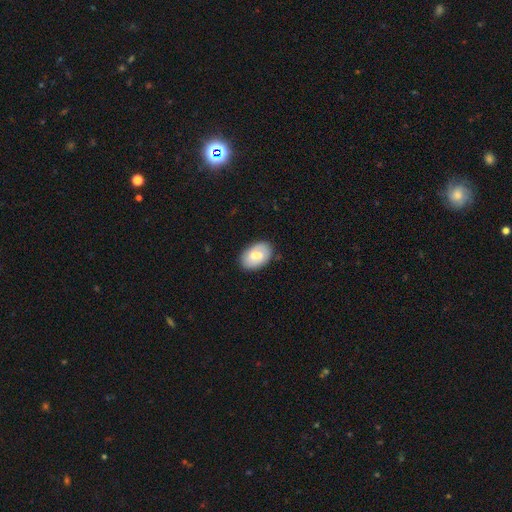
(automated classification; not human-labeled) A smooth galaxy with no disk features (53%) that is in between round and cigar-shaped (89%). Merging: none (84%).